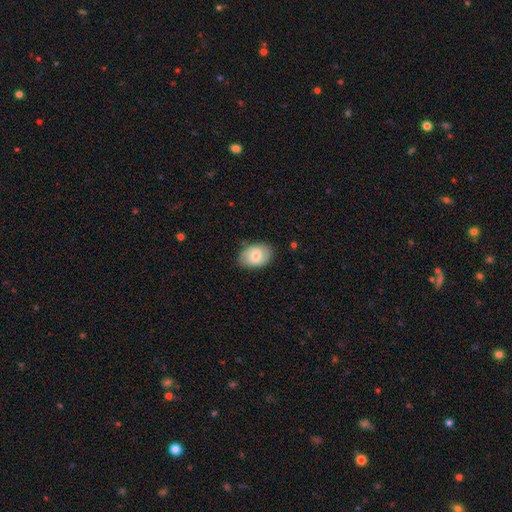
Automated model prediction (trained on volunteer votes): This appears to be a smooth galaxy with no disk features (56%) that is in between round and cigar-shaped (82%). Merging: none (81%).